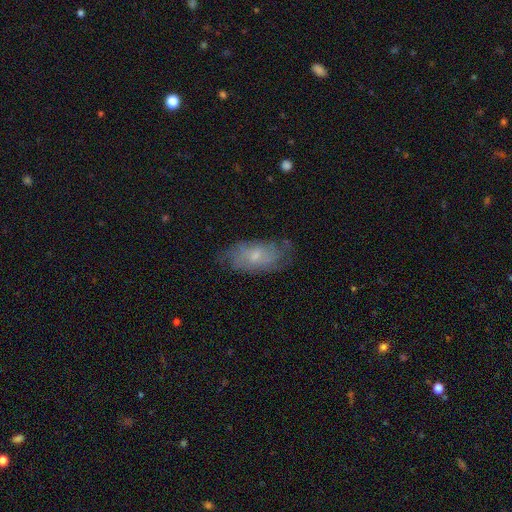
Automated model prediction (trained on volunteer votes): This appears to be a featured or disk galaxy (48%). Merging: none (66%).